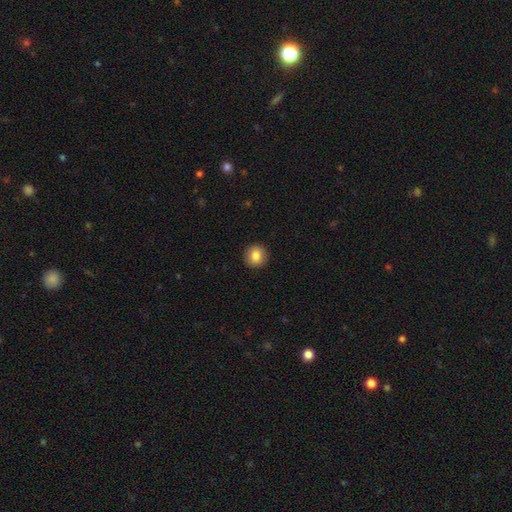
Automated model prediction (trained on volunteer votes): This appears to be a smooth galaxy with no disk features (84%) that is round (91%). Merging: none (92%).